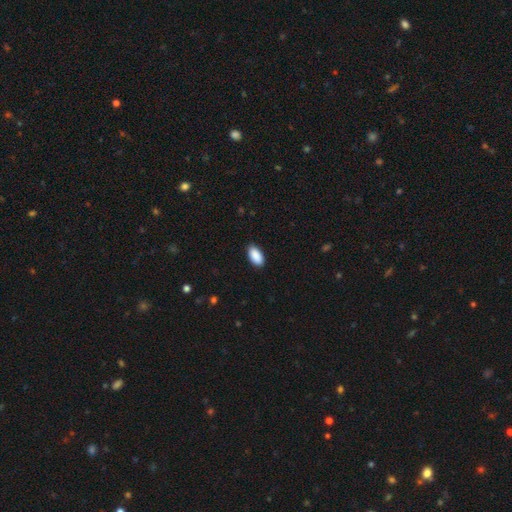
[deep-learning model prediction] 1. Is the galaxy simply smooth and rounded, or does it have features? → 91% smooth, 6% star or artifact, 3% featured or disk.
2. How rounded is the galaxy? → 94% in between, 3% cigar-shaped, 2% round.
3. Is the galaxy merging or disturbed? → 89% none, 8% minor disturbance, 2% major disturbance, 1% merger.